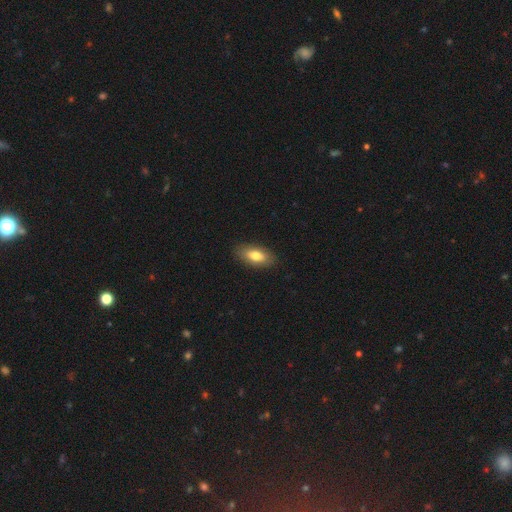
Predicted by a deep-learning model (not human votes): Overall: smooth (77%). How rounded: in between (87%). Merging: none (87%).